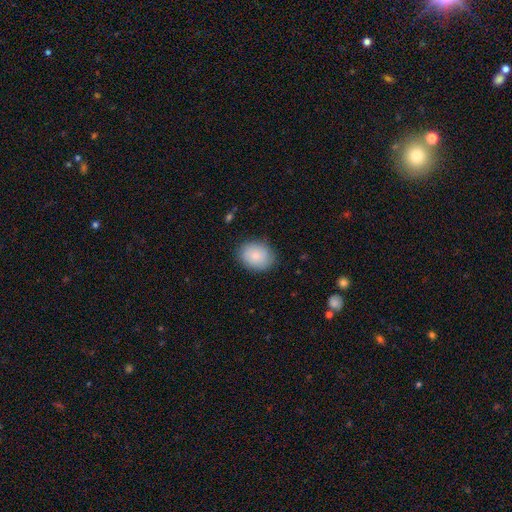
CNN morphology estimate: type=smooth (85%); roundness=in between (59%); merging=none (85%).